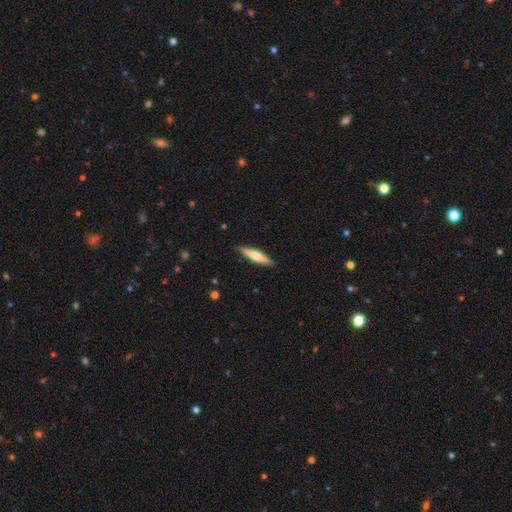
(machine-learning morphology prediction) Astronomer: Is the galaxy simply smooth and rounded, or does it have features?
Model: smooth — 52% (runner-up: featured or disk, 43%).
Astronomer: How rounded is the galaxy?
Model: cigar-shaped — 82%.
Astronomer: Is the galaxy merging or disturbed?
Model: none — 90%.